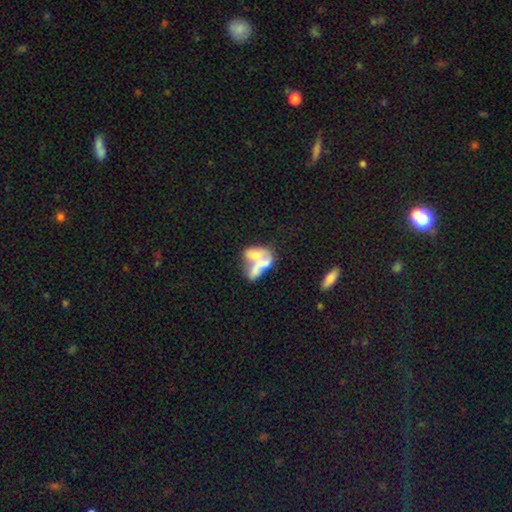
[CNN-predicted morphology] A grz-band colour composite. It shows a featured or disk galaxy (51%). Merging: merger (67%).